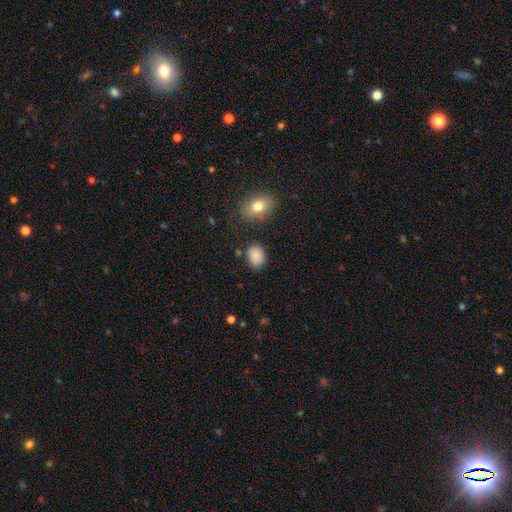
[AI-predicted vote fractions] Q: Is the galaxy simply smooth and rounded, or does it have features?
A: smooth — 85%.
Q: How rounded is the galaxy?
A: in between — 68%.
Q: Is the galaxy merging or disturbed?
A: none — 77%.